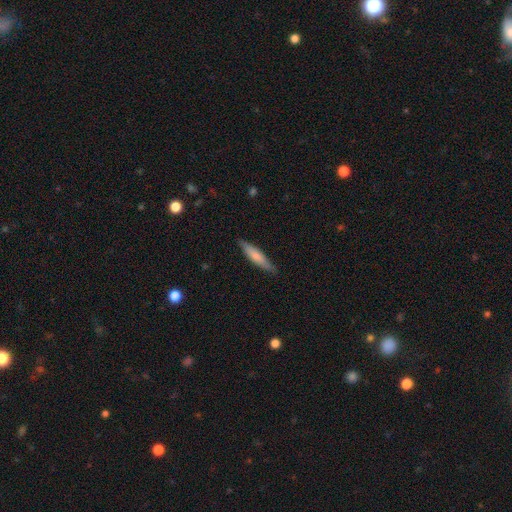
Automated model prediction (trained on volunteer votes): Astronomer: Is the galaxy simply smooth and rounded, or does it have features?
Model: smooth — 68%.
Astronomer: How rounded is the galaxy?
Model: cigar-shaped — 81%.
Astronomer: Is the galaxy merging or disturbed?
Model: none — 85%.